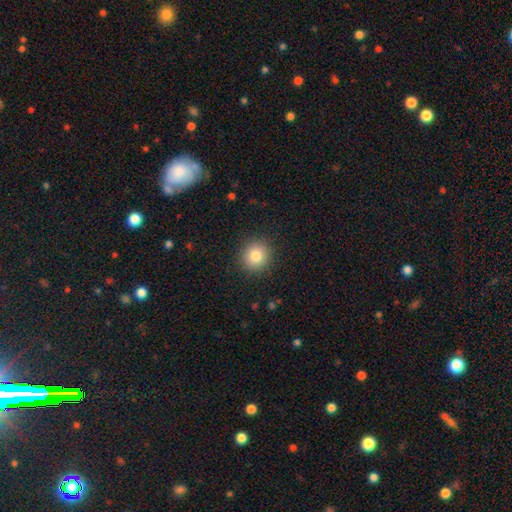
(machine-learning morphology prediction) smooth-or-featured: smooth: 82% | star or artifact: 11% | featured or disk: 7%
  how-rounded: round: 91% | in between: 8% | cigar-shaped: 1%
  merging: none: 91% | minor disturbance: 6% | major disturbance: 2% | merger: 1%